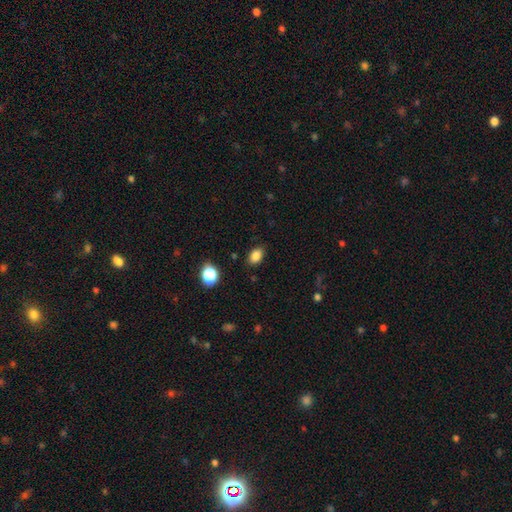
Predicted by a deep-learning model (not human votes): Smooth or featured?
  - smooth: 84% *
  - star or artifact: 11%
  - featured or disk: 5%
How rounded?
  - in between: 80% *
  - round: 19%
  - cigar-shaped: 1%
Merging?
  - none: 86% *
  - minor disturbance: 10%
  - major disturbance: 3%
  - merger: 2%